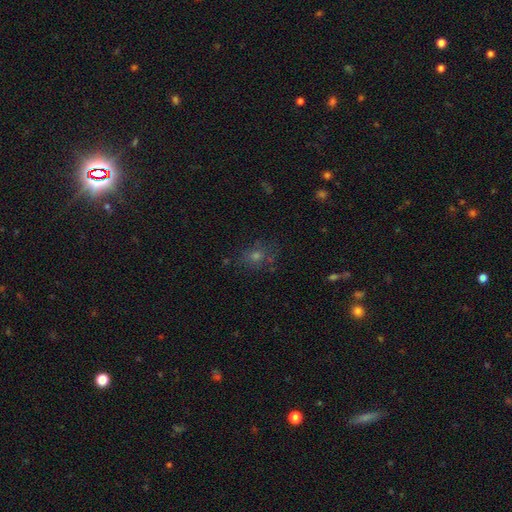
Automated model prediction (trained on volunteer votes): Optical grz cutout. It shows a smooth galaxy with no disk features (49%). Merging: none (73%).